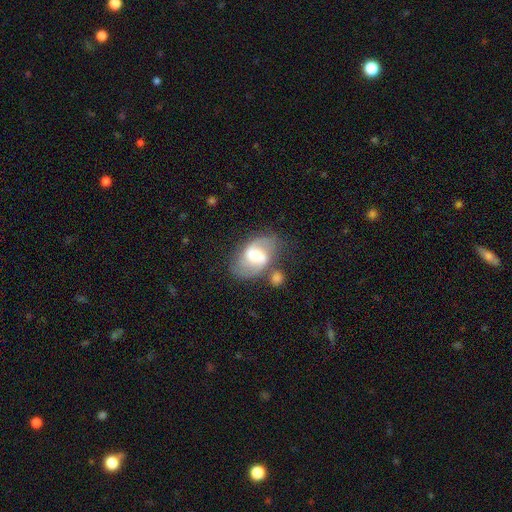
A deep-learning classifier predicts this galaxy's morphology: featured or disk 68%, smooth 25%, star or artifact 7%. Down the decision tree: edge-on disk — no (96%); bar — weak (49%); spiral arms — yes (85%); spiral arm count — 2 (86%); spiral winding — medium (45%); bulge size — moderate (46%); merging — none (53%).